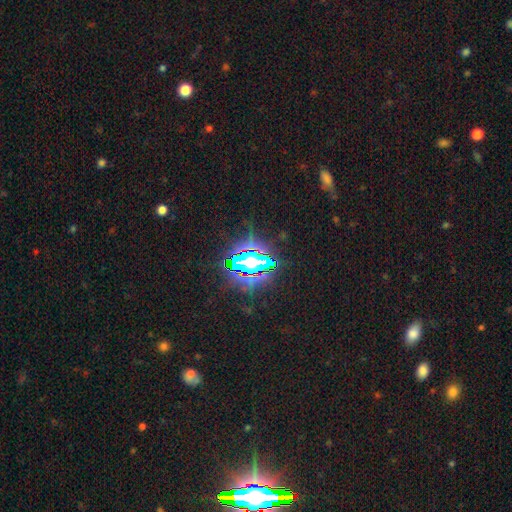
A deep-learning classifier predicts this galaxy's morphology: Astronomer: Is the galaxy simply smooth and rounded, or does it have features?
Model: star or artifact — 78%.